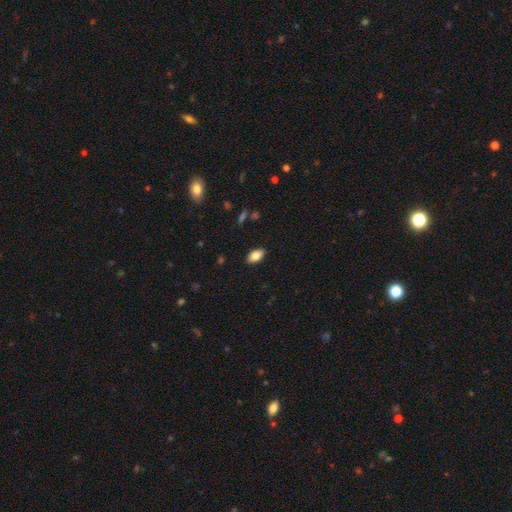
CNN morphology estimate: type=smooth (84%); roundness=in between (92%); merging=none (87%).